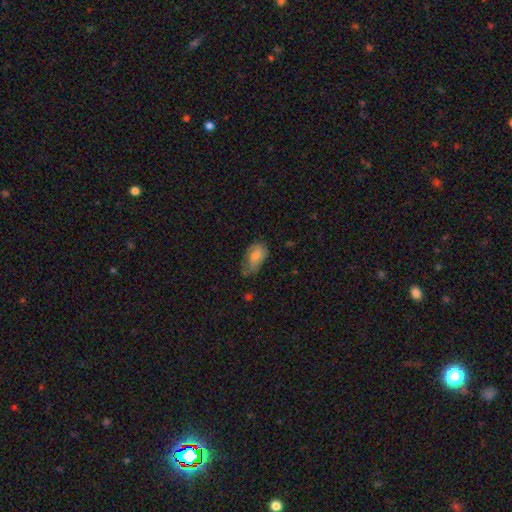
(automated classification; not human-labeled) Smooth or featured? Predicted: smooth (p=0.72). How rounded? Predicted: in between (p=0.91). Merging? Predicted: none (p=0.44).